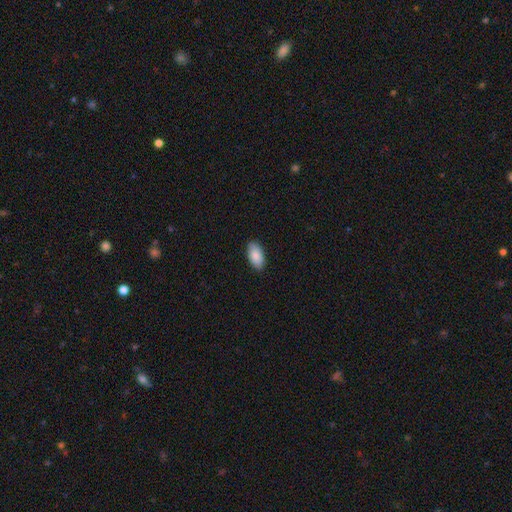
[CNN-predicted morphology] The model was most divided on "merging": none: 89%, minor disturbance: 9%, major disturbance: 2%, merger: 1%. More confident: how rounded — in between (95%); smooth or featured — smooth (88%).